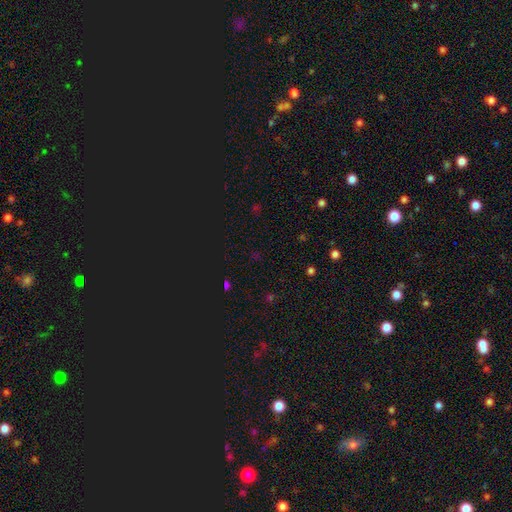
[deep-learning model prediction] Q: Smooth or featured?
A: star or artifact (70%); runner-up: smooth (23%)